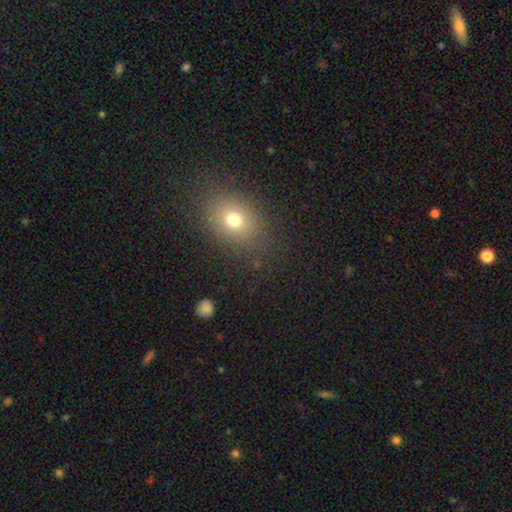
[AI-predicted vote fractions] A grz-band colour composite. It shows a smooth galaxy with no disk features (70%) that is in between round and cigar-shaped (56%). Merging: none (88%).